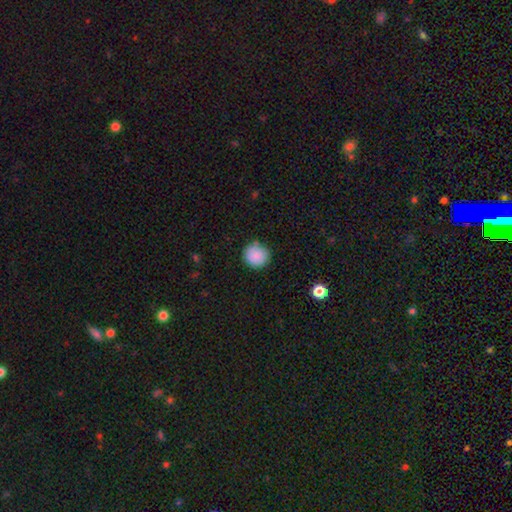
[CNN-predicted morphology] Overall: smooth (87%). How rounded: round (91%). Merging: none (81%).